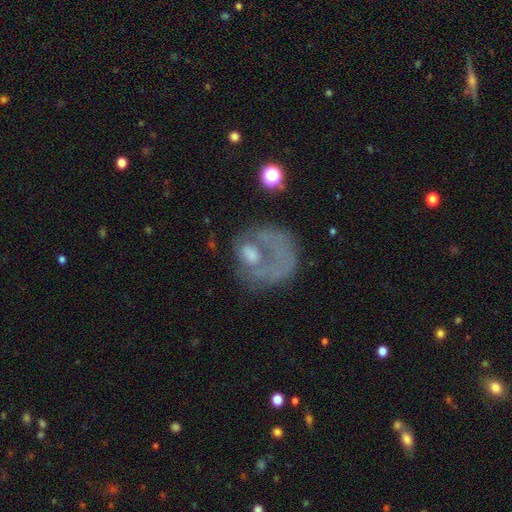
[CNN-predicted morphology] A featured or disk galaxy (52%) with no bar (88%), no spiral arms (74%) and no central bulge (41%).

Vote fractions:
- Smooth or featured? featured or disk: 52% / smooth: 34% / star or artifact: 14%
- Edge-on disk? no: 97% / yes: 3%
- Bar? no: 88% / weak: 9% / strong: 2%
- Spiral arms? no: 74% / yes: 26%
- Bulge size? none: 41% / moderate: 30% / small: 20% / large: 6% / dominant: 3%
- Merging? major disturbance: 39% / none: 38% / minor disturbance: 15% / merger: 8%